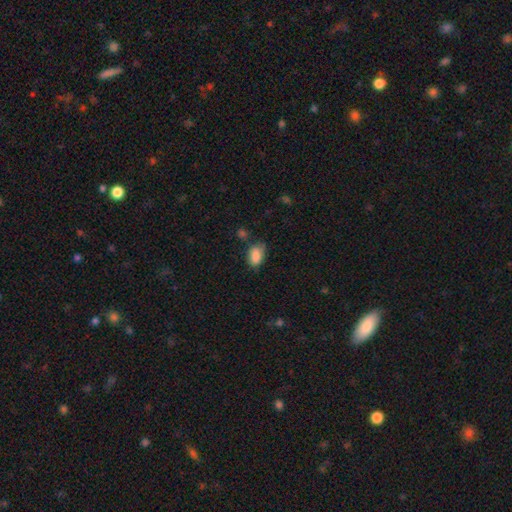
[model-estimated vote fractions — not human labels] The model was most divided on "merging": none: 59%, minor disturbance: 28%, major disturbance: 7%, merger: 5%. More confident: how rounded — in between (88%); smooth or featured — smooth (85%).